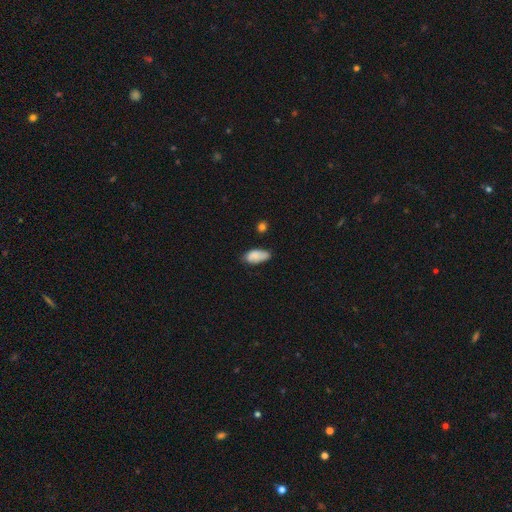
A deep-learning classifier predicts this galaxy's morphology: Overall: smooth (84%). How rounded: in between (90%). Merging: none (58%; minor disturbance 32%).